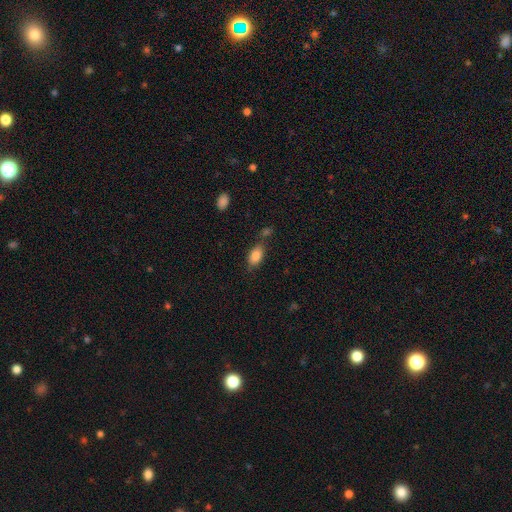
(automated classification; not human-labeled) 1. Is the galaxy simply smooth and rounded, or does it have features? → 84% smooth, 8% star or artifact, 8% featured or disk.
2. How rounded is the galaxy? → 89% in between, 6% round, 4% cigar-shaped.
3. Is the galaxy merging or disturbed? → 67% none, 16% minor disturbance, 11% merger, 5% major disturbance.